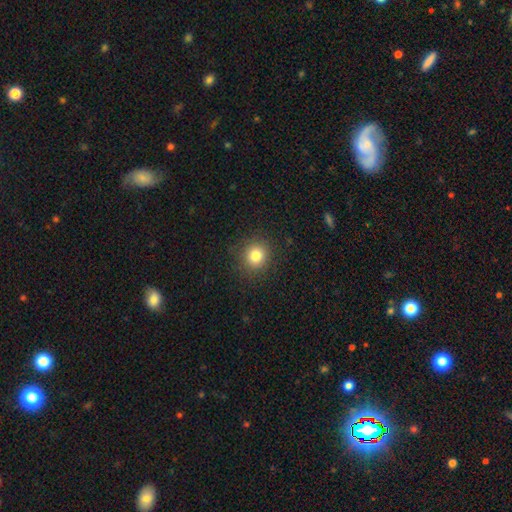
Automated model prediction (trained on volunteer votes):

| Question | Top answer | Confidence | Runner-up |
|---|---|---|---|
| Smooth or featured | smooth | 81% | star or artifact (12%) |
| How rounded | round | 89% | in between (10%) |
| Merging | none | 89% | minor disturbance (7%) |